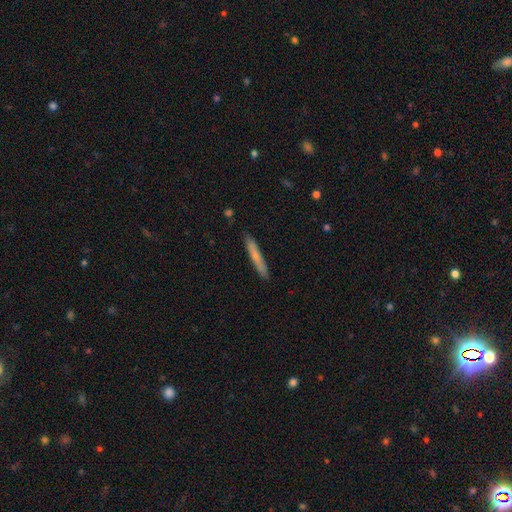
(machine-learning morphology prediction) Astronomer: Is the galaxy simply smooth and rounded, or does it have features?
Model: smooth — 63%.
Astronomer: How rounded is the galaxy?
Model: cigar-shaped — 95%.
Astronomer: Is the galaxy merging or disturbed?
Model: none — 87%.